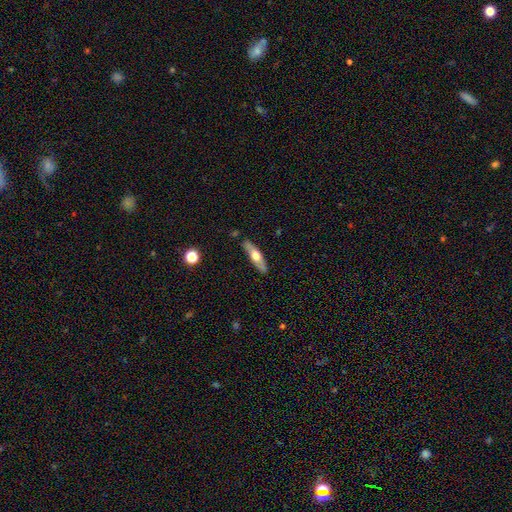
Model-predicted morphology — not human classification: This is possibly a featured or disk galaxy (49%). Merging: clearly none (85%).